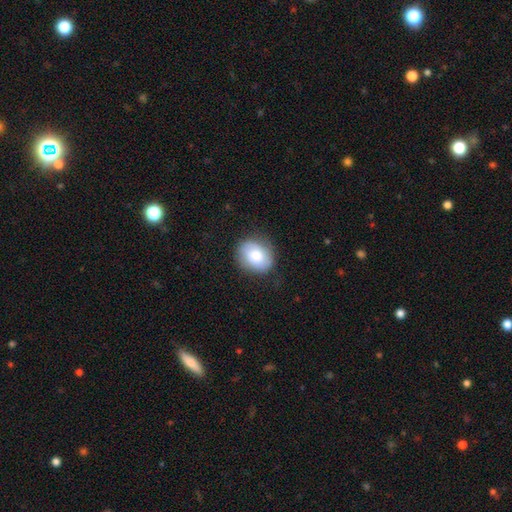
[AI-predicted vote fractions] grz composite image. It shows a smooth galaxy with no disk features (75%) that is round (53%). Merging: none (80%).